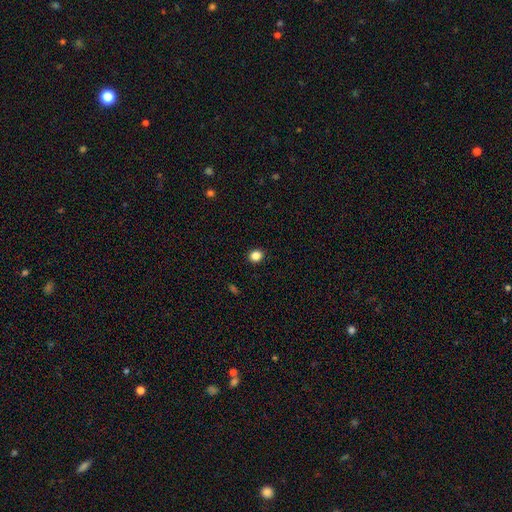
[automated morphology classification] Smooth or featured?
  - smooth: 85% *
  - star or artifact: 11%
  - featured or disk: 4%
How rounded?
  - round: 77% *
  - in between: 22%
  - cigar-shaped: 1%
Merging?
  - none: 91% *
  - minor disturbance: 6%
  - major disturbance: 2%
  - merger: 1%